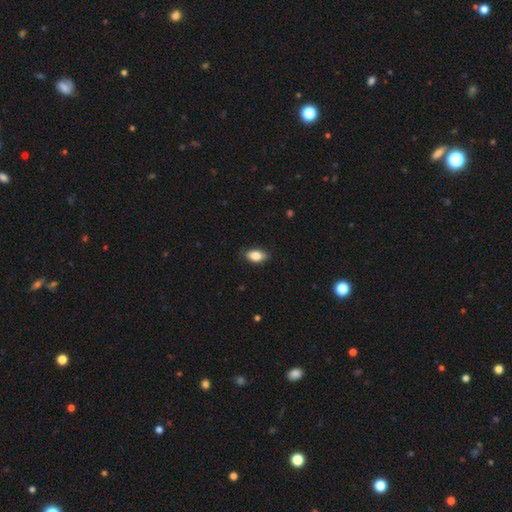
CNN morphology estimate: Smooth or featured?
  - smooth: 85% *
  - featured or disk: 7%
  - star or artifact: 7%
How rounded?
  - in between: 90% *
  - round: 6%
  - cigar-shaped: 3%
Merging?
  - none: 83% *
  - minor disturbance: 14%
  - major disturbance: 2%
  - merger: 1%